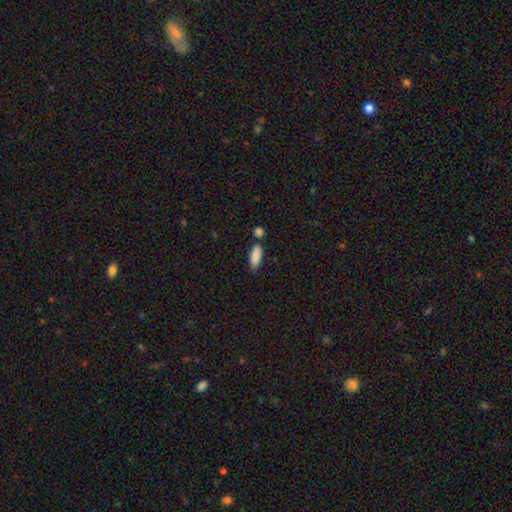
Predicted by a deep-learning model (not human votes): Smooth or featured? smooth (88%)
How rounded? in between (66%)
Merging? none (68%)